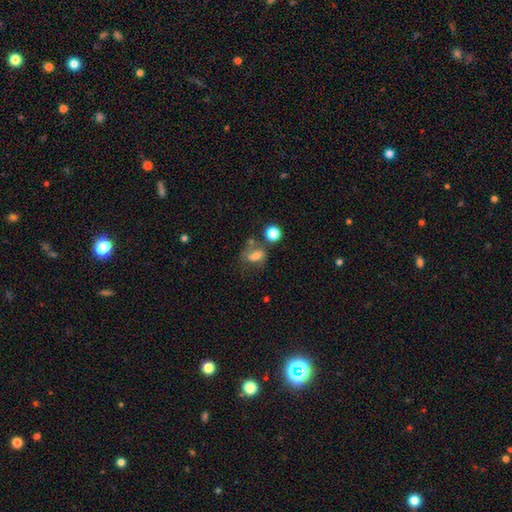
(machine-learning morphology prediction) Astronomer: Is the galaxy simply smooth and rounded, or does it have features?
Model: smooth — 65%.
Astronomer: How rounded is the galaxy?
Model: in between — 70%.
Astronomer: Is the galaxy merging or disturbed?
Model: none — 44% (runner-up: minor disturbance, 23%).